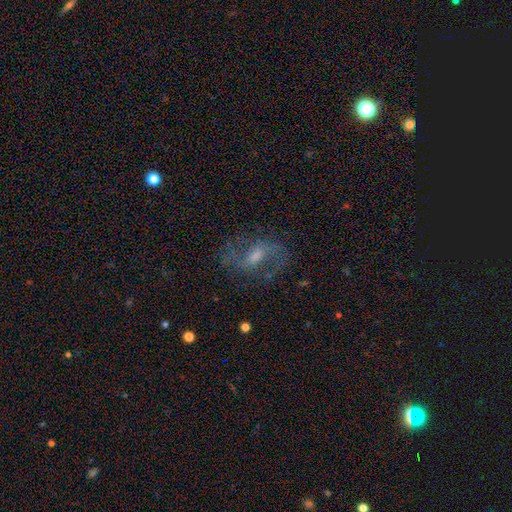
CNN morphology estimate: Overall: featured or disk (75%). Edge-on disk: no (96%). Bar: weak (53%; no 24%). Spiral arms: yes (92%). Spiral arm count: 2 (88%). Spiral winding: medium (48%; loose 36%). Bulge size: moderate (50%; small 38%). Merging: none (79%).